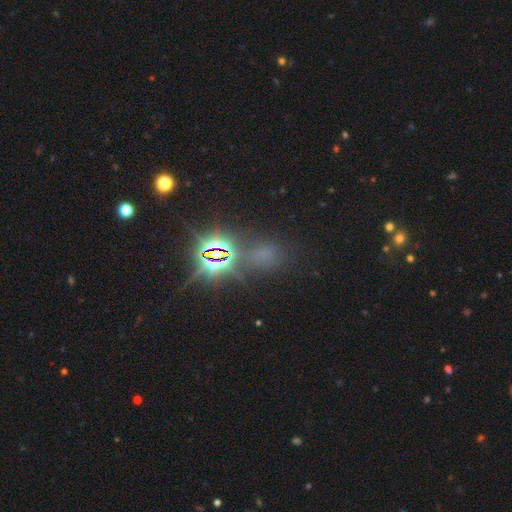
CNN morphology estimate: A star or artifact, not a galaxy (74%).